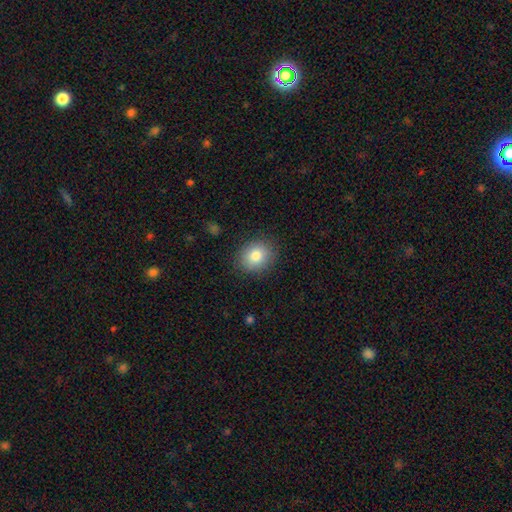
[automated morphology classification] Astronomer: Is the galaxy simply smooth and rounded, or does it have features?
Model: smooth — 82%.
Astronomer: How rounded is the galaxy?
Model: round — 63%.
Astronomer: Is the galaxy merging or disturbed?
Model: none — 86%.